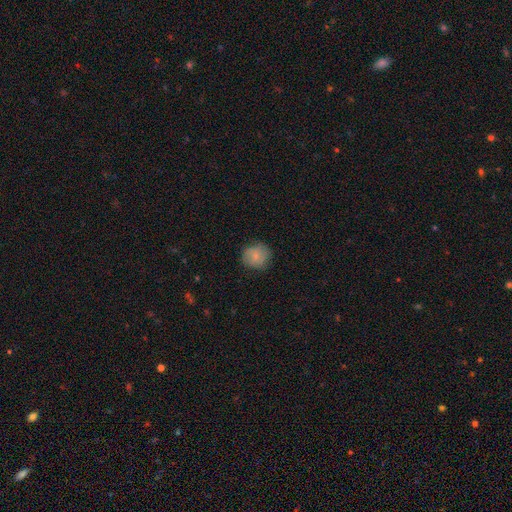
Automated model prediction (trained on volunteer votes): Q: Smooth or featured?
A: smooth (80%); runner-up: featured or disk (13%)
Q: How rounded?
A: round (85%); runner-up: in between (14%)
Q: Merging?
A: none (78%); runner-up: minor disturbance (17%)